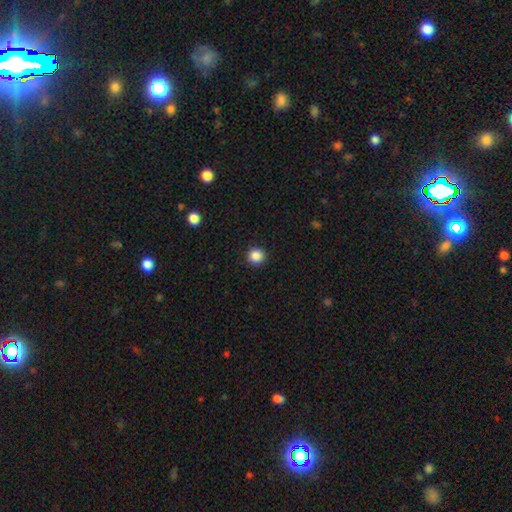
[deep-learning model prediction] Overall: smooth (87%). How rounded: round (93%). Merging: none (92%).